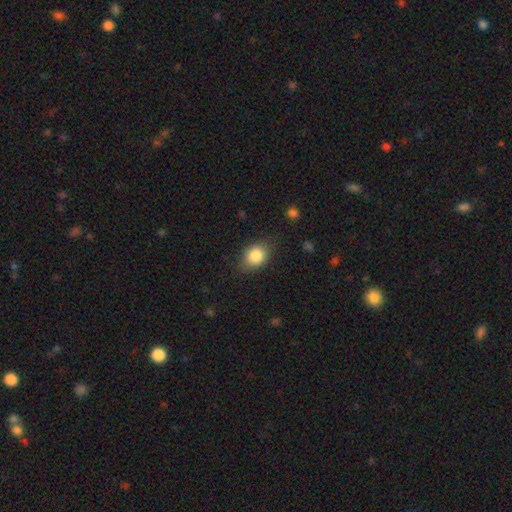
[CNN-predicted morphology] smooth-or-featured: smooth: 84% | star or artifact: 9% | featured or disk: 7%
  how-rounded: in between: 56% | round: 43% | cigar-shaped: 1%
  merging: none: 77% | minor disturbance: 17% | major disturbance: 5% | merger: 1%